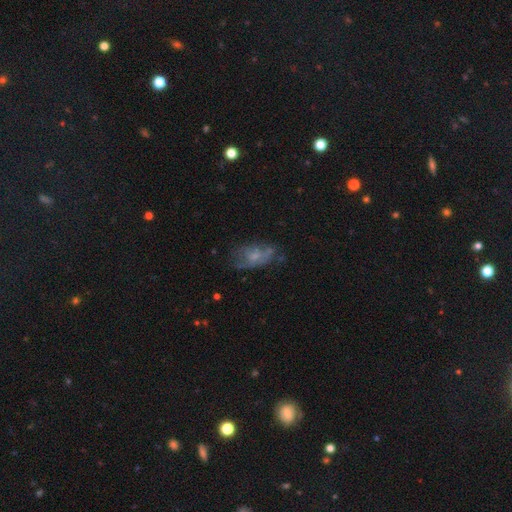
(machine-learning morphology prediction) This appears to be a smooth galaxy with no disk features (45%). Merging: none (48%).